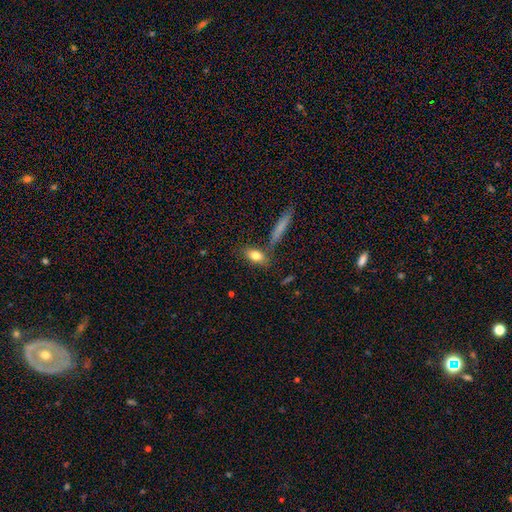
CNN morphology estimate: Smooth or featured? Predicted: smooth (p=0.78). How rounded? Predicted: in between (p=0.76). Merging? Predicted: none (p=0.69).